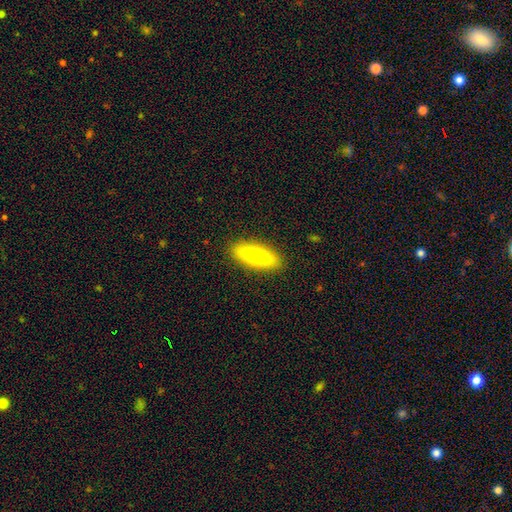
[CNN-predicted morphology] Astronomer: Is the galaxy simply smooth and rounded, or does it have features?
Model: smooth — 63%.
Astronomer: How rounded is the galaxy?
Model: cigar-shaped — 50% (runner-up: in between, 47%).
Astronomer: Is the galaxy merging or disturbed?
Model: none — 89%.